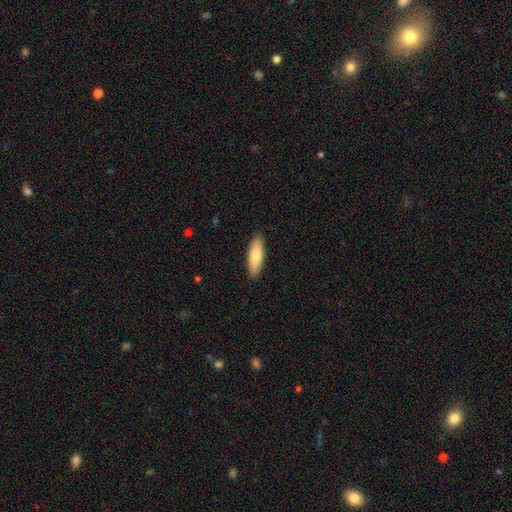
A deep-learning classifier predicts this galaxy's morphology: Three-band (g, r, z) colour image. It shows a smooth galaxy with no disk features (77%) that is in between round and cigar-shaped (55%). Merging: none (89%).